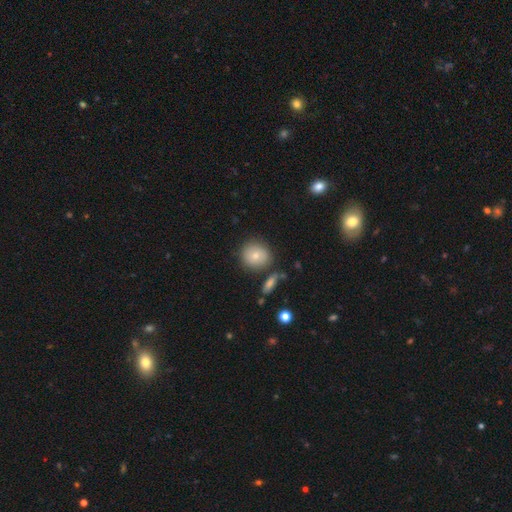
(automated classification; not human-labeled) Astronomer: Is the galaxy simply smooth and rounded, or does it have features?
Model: smooth — 78%.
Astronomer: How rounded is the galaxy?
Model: round — 85%.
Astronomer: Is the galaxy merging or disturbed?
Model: none — 78%.